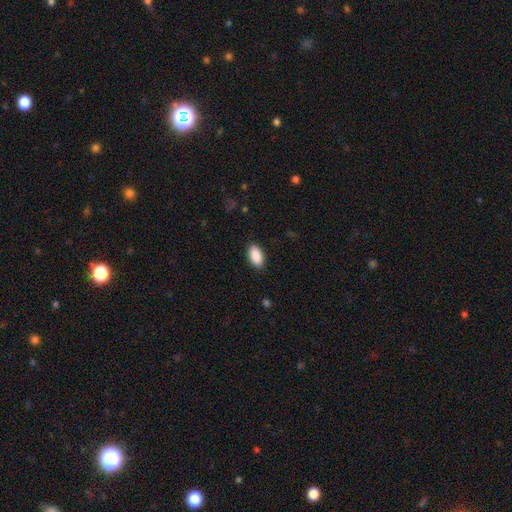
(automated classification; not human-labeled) smooth-or-featured: smooth: 91% | star or artifact: 6% | featured or disk: 3%
  how-rounded: in between: 95% | round: 3% | cigar-shaped: 2%
  merging: none: 89% | minor disturbance: 8% | major disturbance: 2% | merger: 1%